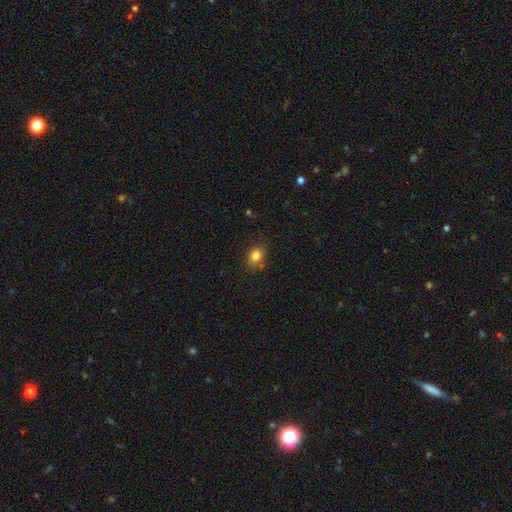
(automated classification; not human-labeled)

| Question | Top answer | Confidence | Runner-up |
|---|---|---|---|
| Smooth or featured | smooth | 81% | star or artifact (11%) |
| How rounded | in between | 53% | round (46%) |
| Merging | none | 78% | minor disturbance (14%) |